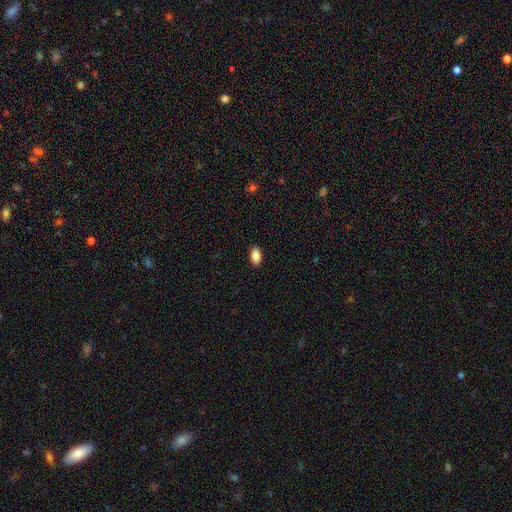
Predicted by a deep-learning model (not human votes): A smooth galaxy with no disk features (88%) that is in between round and cigar-shaped (93%). Merging: none (90%).